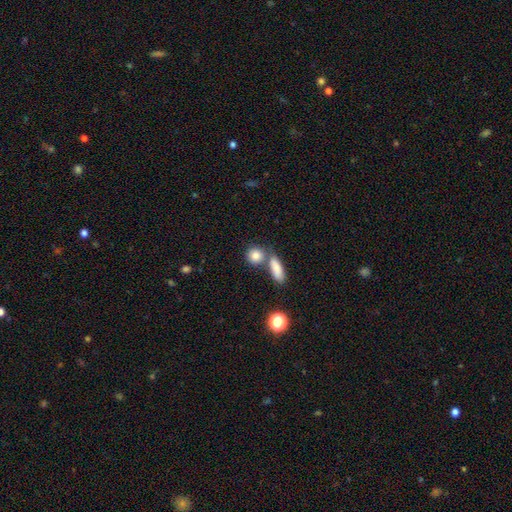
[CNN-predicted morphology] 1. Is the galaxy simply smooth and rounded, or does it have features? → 83% smooth, 9% star or artifact, 7% featured or disk.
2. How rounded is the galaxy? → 69% round, 26% in between, 5% cigar-shaped.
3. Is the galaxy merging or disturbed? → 58% none, 29% merger, 10% minor disturbance, 4% major disturbance.